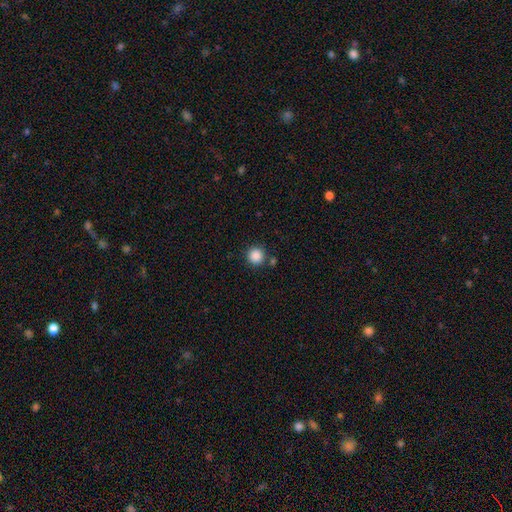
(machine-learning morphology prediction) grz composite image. It shows a smooth galaxy with no disk features (87%) that is round (95%). Merging: none (85%).